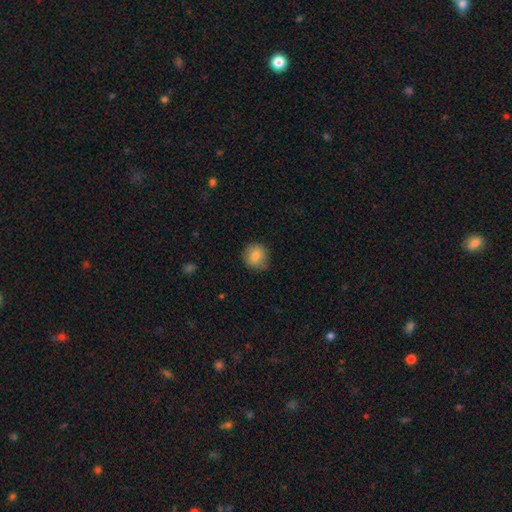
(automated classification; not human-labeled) smooth-or-featured: smooth: 84% | star or artifact: 8% | featured or disk: 8%
  how-rounded: round: 87% | in between: 12% | cigar-shaped: 1%
  merging: none: 79% | minor disturbance: 16% | major disturbance: 4% | merger: 1%